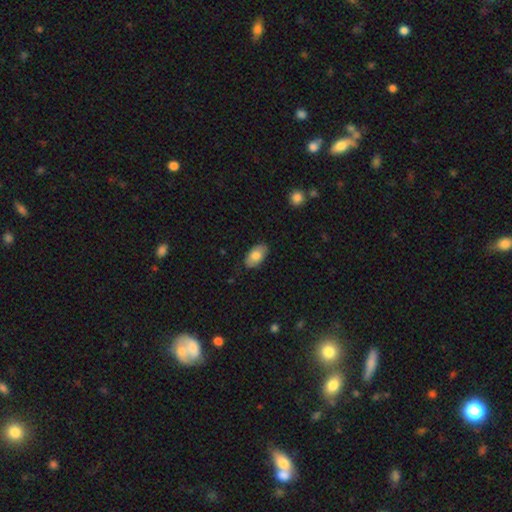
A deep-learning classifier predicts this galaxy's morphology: type=smooth (80%); roundness=in between (94%); merging=none (84%).